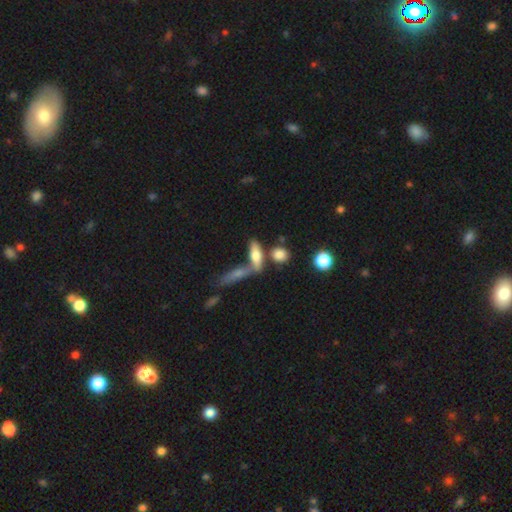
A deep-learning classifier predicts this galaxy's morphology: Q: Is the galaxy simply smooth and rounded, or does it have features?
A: smooth — 68%.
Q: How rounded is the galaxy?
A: in between — 54%.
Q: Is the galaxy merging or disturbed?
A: none — 47%.